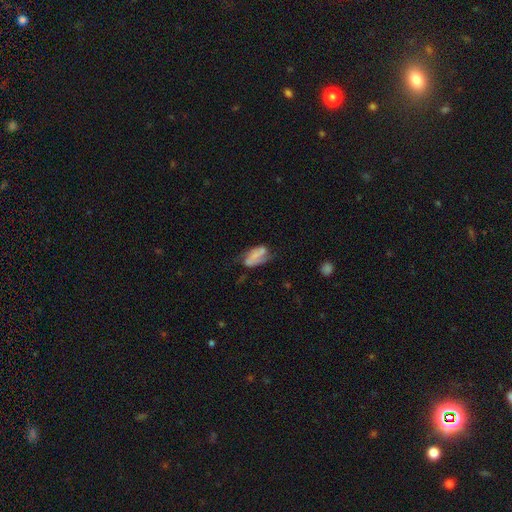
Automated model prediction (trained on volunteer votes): featured or disk 48%, smooth 42%, star or artifact 10%. Down the decision tree: merging — none (33%).